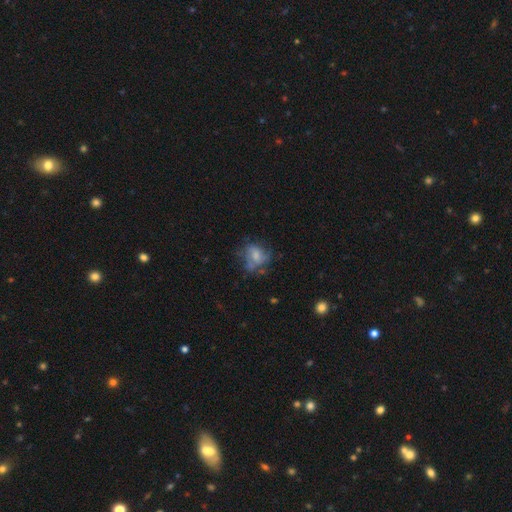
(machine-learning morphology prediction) Q: Smooth or featured?
A: featured or disk (45%); runner-up: smooth (44%)
Q: Merging?
A: none (44%); runner-up: major disturbance (26%)